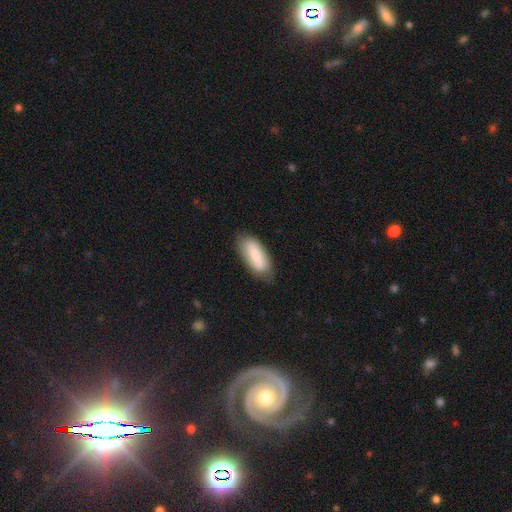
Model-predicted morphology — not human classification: Smooth or featured?
  - smooth: 79% *
  - featured or disk: 15%
  - star or artifact: 6%
How rounded?
  - in between: 79% *
  - cigar-shaped: 19%
  - round: 2%
Merging?
  - none: 75% *
  - minor disturbance: 19%
  - major disturbance: 4%
  - merger: 1%